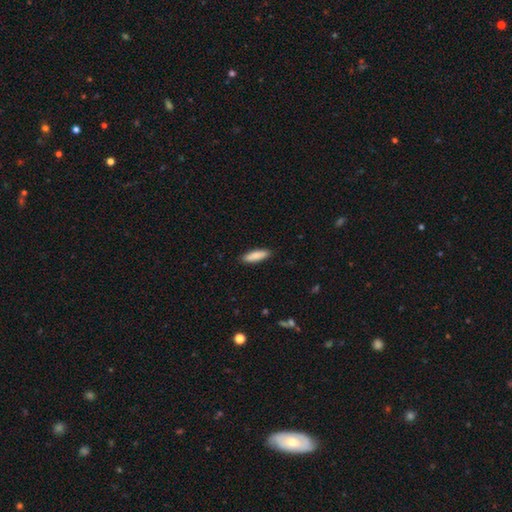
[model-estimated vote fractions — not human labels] Smooth or featured? Predicted: smooth (p=0.87). How rounded? Predicted: cigar-shaped (p=0.59). Merging? Predicted: none (p=0.90).